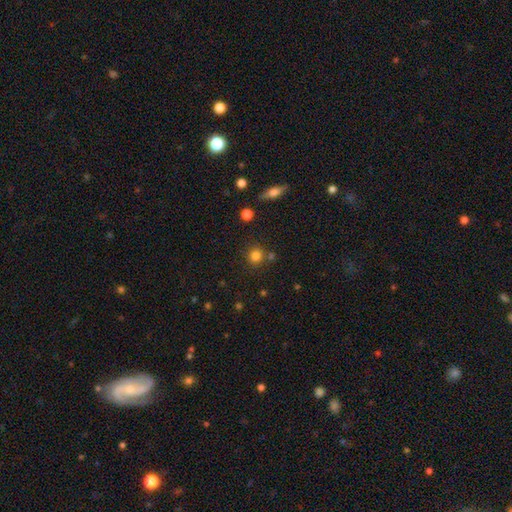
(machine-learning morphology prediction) smooth-or-featured: smooth: 81% | star or artifact: 13% | featured or disk: 6%
  how-rounded: round: 89% | in between: 10% | cigar-shaped: 1%
  merging: none: 79% | merger: 9% | minor disturbance: 9% | major disturbance: 3%